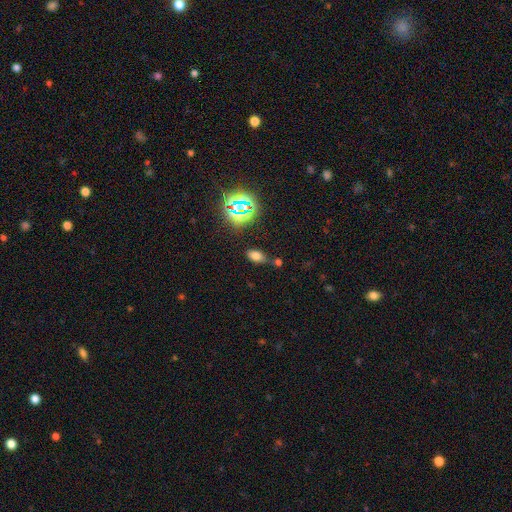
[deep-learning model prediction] smooth-or-featured: smooth: 65% | star or artifact: 26% | featured or disk: 9%
  how-rounded: in between: 88% | round: 9% | cigar-shaped: 3%
  merging: none: 64% | minor disturbance: 17% | merger: 13% | major disturbance: 6%